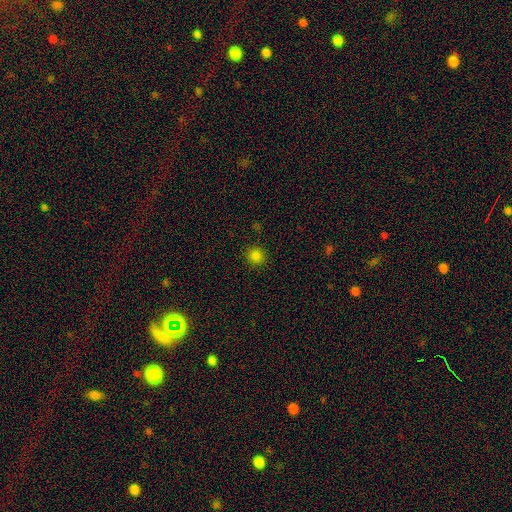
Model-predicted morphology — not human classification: This appears to be a smooth galaxy with no disk features (82%) that is round (91%). Merging: none (90%).